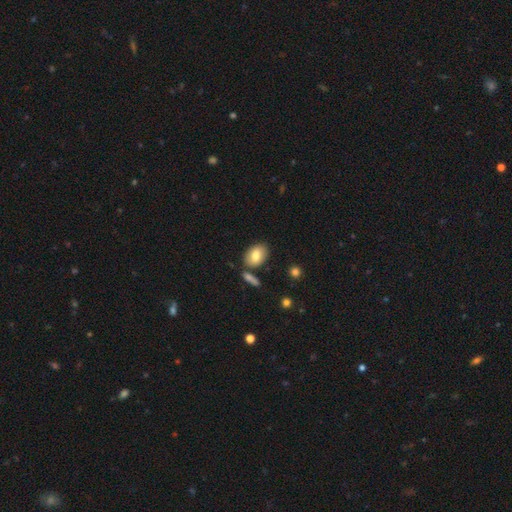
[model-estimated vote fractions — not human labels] This is likely a smooth galaxy (79%). How rounded: clearly in between (85%). Merging: likely none (72%).